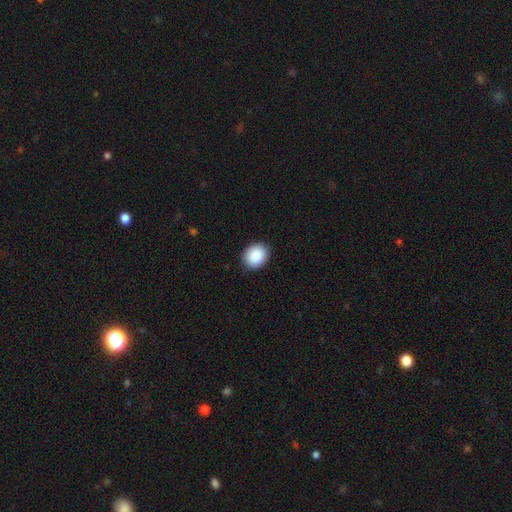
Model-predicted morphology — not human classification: type=smooth (89%); roundness=round (51%); merging=none (89%).